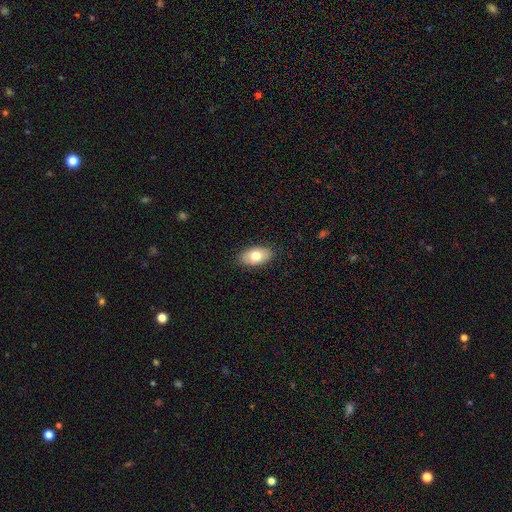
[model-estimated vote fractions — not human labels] Smooth or featured?
  - smooth: 76% *
  - featured or disk: 17%
  - star or artifact: 7%
How rounded?
  - in between: 93% *
  - round: 4%
  - cigar-shaped: 2%
Merging?
  - none: 88% *
  - minor disturbance: 9%
  - major disturbance: 2%
  - merger: 1%